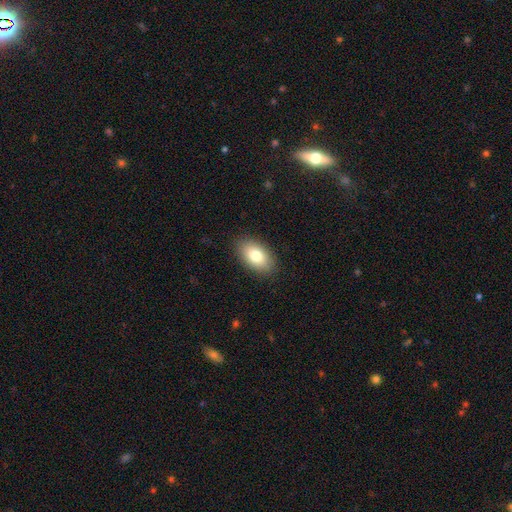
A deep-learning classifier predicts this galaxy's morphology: Q: Smooth or featured?
A: smooth (80%); runner-up: featured or disk (13%)
Q: How rounded?
A: in between (92%); runner-up: round (6%)
Q: Merging?
A: none (88%); runner-up: minor disturbance (9%)